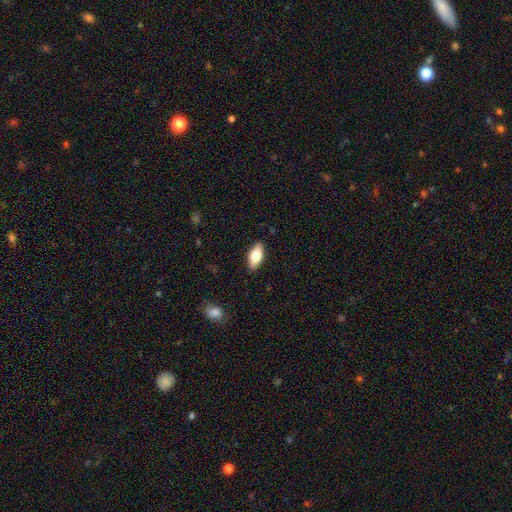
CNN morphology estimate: Smooth or featured?
  - smooth: 73% *
  - featured or disk: 20%
  - star or artifact: 6%
How rounded?
  - in between: 87% *
  - cigar-shaped: 10%
  - round: 3%
Merging?
  - none: 88% *
  - minor disturbance: 9%
  - major disturbance: 2%
  - merger: 1%